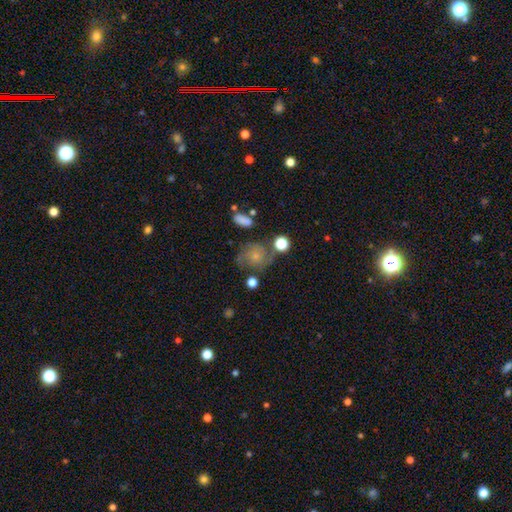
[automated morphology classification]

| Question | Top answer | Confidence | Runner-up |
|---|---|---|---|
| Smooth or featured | featured or disk | 54% | smooth (35%) |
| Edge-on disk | no | 97% | yes (3%) |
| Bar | no | 80% | weak (17%) |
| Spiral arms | yes | 86% | no (14%) |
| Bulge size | small | 65% | moderate (19%) |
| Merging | none | 59% | minor disturbance (21%) |